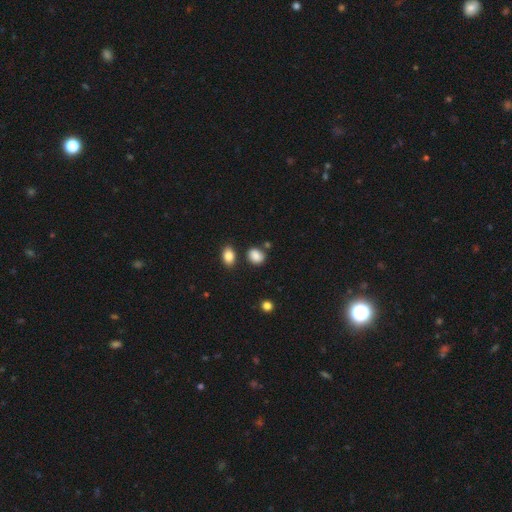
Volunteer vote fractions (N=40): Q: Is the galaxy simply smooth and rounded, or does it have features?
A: smooth — 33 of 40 (82%).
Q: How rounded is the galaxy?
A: round — 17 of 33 (52%).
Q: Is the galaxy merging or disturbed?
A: none — 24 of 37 (65%).